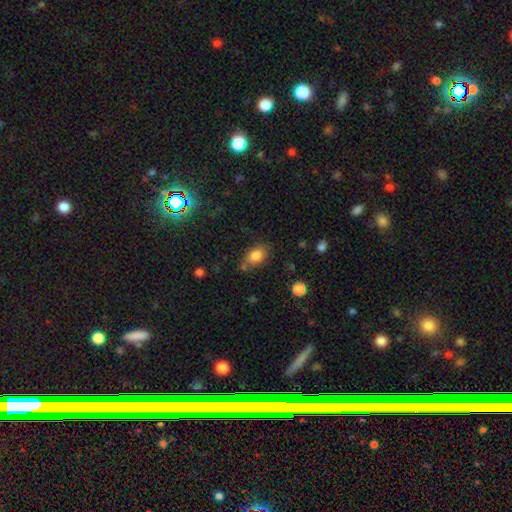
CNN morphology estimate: smooth_or_featured: smooth (p=0.83) [alt: star or artifact p=0.10]
how_rounded: in between (p=0.81) [alt: round p=0.18]
merging: none (p=0.68) [alt: minor disturbance p=0.18]